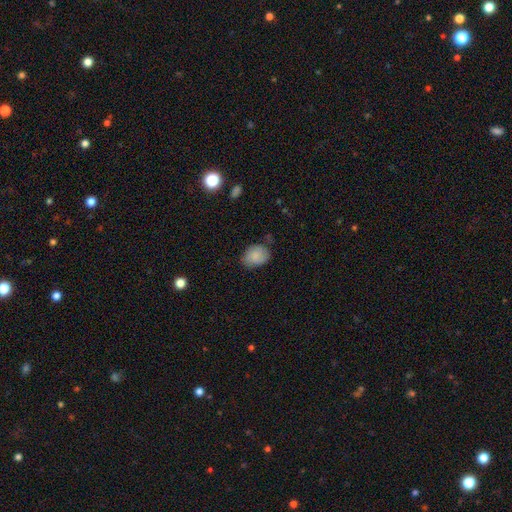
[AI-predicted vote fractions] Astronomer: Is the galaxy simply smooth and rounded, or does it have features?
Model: smooth — 83%.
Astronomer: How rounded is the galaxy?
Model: in between — 65%.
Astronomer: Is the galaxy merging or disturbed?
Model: none — 70%.